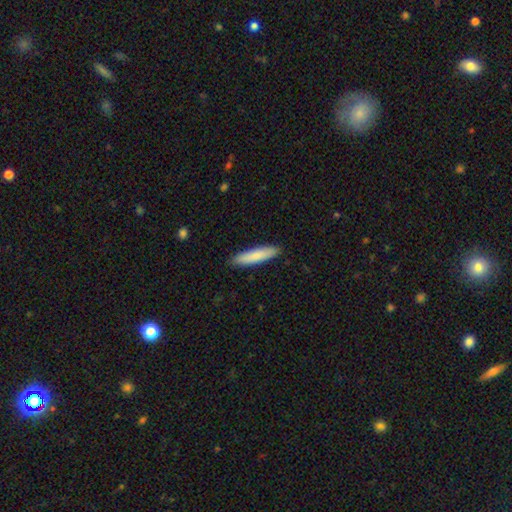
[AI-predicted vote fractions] Smooth or featured?
  - smooth: 82% *
  - featured or disk: 12%
  - star or artifact: 5%
How rounded?
  - cigar-shaped: 83% *
  - in between: 15%
  - round: 1%
Merging?
  - none: 90% *
  - minor disturbance: 7%
  - major disturbance: 1%
  - merger: 1%